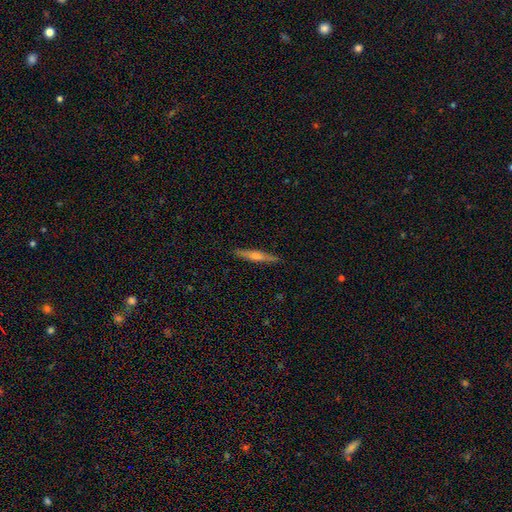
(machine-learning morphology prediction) type=featured or disk (58%); edge-on=yes (96%); edge-on bulge=rounded (77%); merging=none (90%).